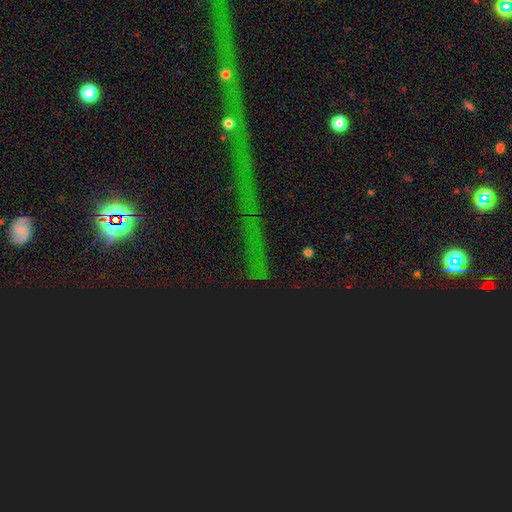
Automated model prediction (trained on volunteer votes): A star or artifact, not a galaxy (81%).

Vote fractions:
- Smooth or featured? star or artifact: 81% / smooth: 11% / featured or disk: 9%